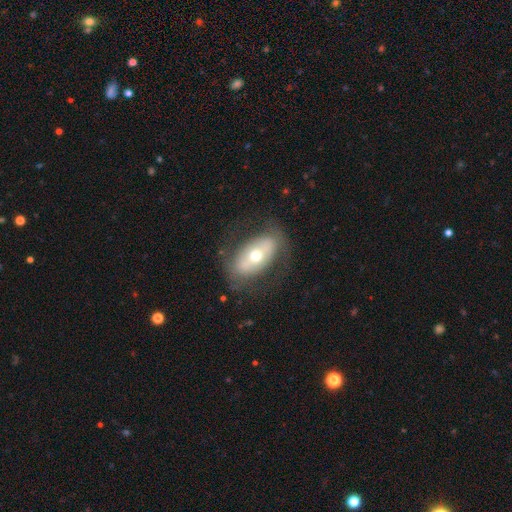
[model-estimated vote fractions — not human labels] This appears to be a featured or disk galaxy (51%). Merging: none (72%).